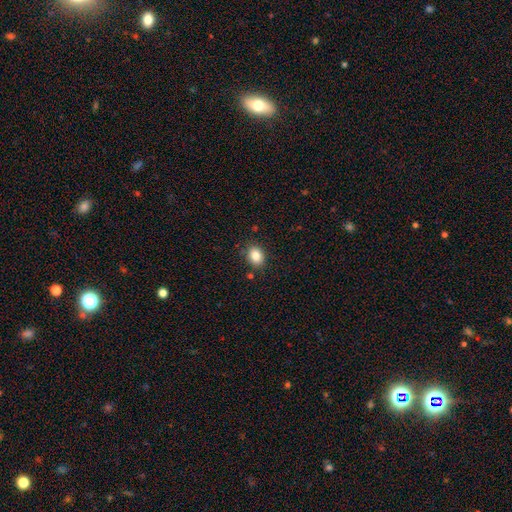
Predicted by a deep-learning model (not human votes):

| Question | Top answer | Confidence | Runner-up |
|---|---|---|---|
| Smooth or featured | smooth | 84% | star or artifact (10%) |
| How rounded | in between | 56% | round (43%) |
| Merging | none | 84% | minor disturbance (11%) |